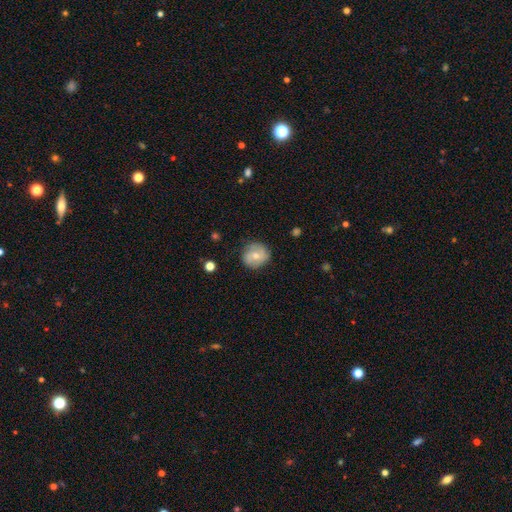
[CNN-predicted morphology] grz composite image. It shows a smooth galaxy with no disk features (55%) that is round (82%). Merging: none (76%).